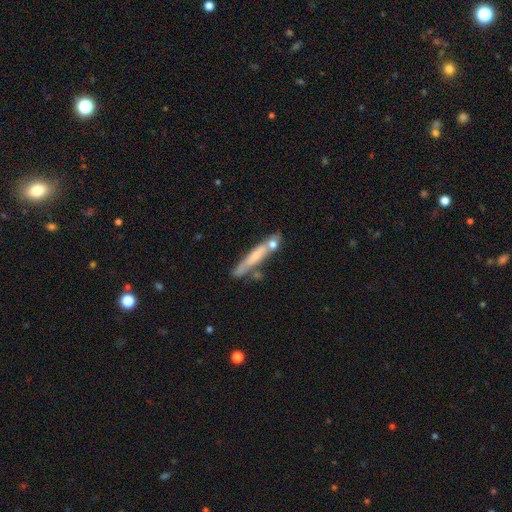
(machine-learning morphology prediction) Q: Smooth or featured?
A: smooth (50%); runner-up: featured or disk (43%)
Q: How rounded?
A: cigar-shaped (92%); runner-up: in between (6%)
Q: Merging?
A: none (57%); runner-up: minor disturbance (19%)